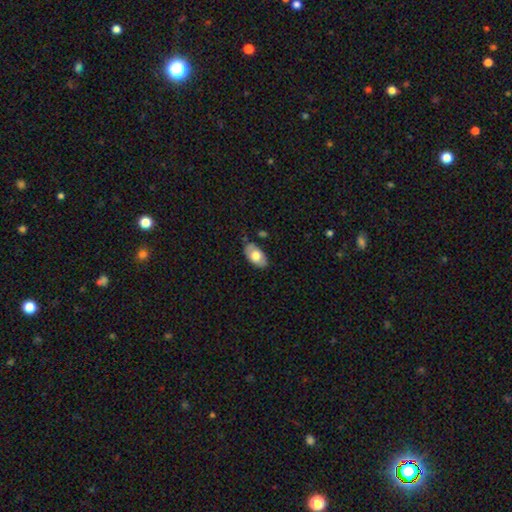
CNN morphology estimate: A smooth galaxy with no disk features (69%) that is in between round and cigar-shaped (94%).

Vote fractions:
- Smooth or featured? smooth: 69% / featured or disk: 25% / star or artifact: 6%
- How rounded? in between: 94% / round: 5% / cigar-shaped: 2%
- Merging? none: 78% / minor disturbance: 16% / major disturbance: 3% / merger: 2%